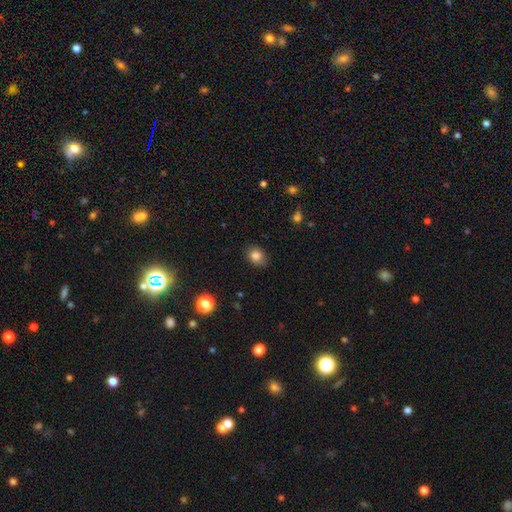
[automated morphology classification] smooth-or-featured: smooth: 83% | star or artifact: 11% | featured or disk: 6%
  how-rounded: in between: 58% | round: 41% | cigar-shaped: 1%
  merging: none: 82% | minor disturbance: 14% | major disturbance: 3% | merger: 1%